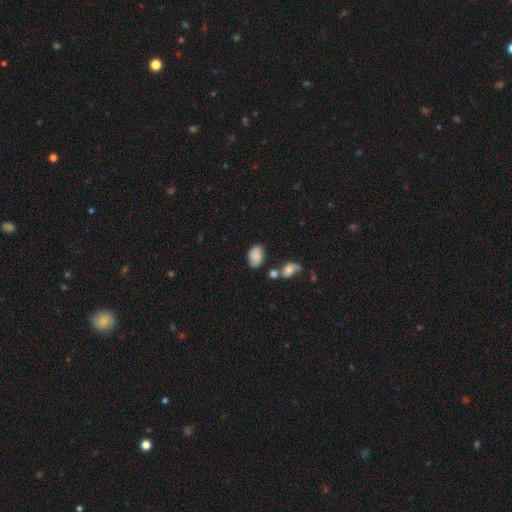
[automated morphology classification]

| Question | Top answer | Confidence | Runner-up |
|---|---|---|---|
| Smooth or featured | smooth | 78% | featured or disk (13%) |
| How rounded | in between | 88% | round (11%) |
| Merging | none | 61% | minor disturbance (20%) |